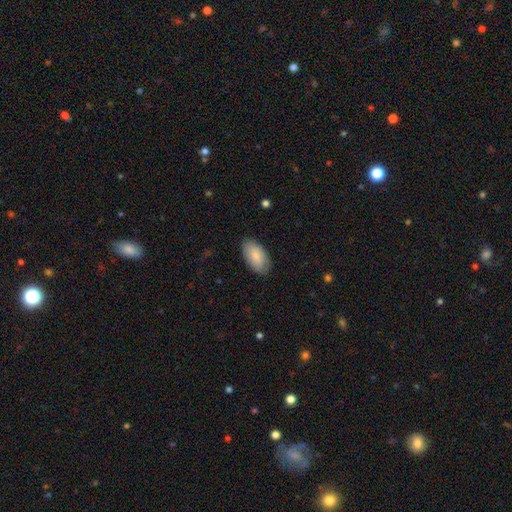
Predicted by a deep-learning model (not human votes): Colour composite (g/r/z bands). It shows a smooth galaxy with no disk features (84%) that is in between round and cigar-shaped (95%). Merging: none (84%).